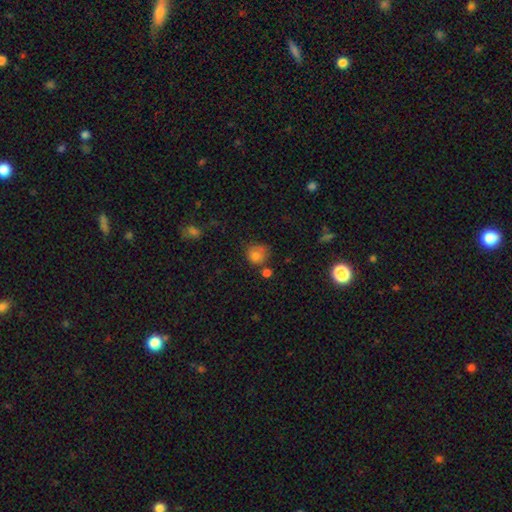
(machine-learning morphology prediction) Q: Smooth or featured?
A: smooth (79%); runner-up: star or artifact (11%)
Q: How rounded?
A: round (76%); runner-up: in between (23%)
Q: Merging?
A: none (49%); runner-up: minor disturbance (28%)